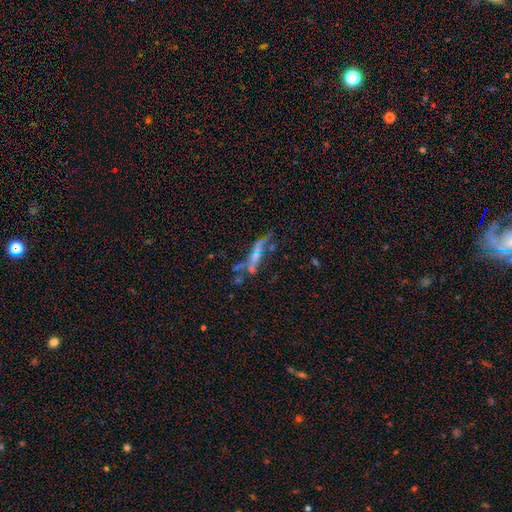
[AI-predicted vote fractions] The model was most divided on "edge-on disk": no: 51%, yes: 49%. Remaining: smooth or featured — featured or disk (60%); merging — none (43%).